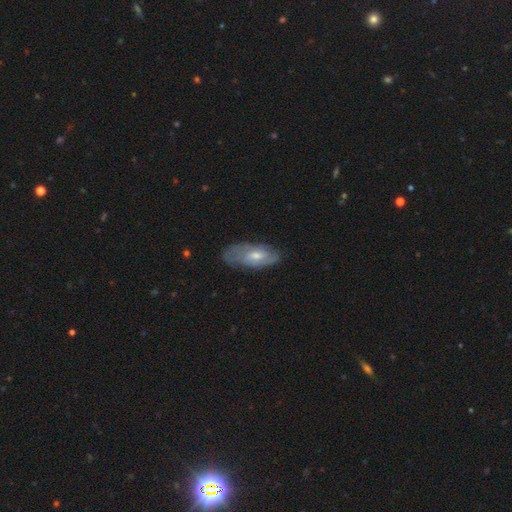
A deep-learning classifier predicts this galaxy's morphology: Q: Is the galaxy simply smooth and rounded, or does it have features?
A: featured or disk — 54%.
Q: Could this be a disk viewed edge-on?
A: no — 87%.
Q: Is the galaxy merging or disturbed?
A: none — 65%.